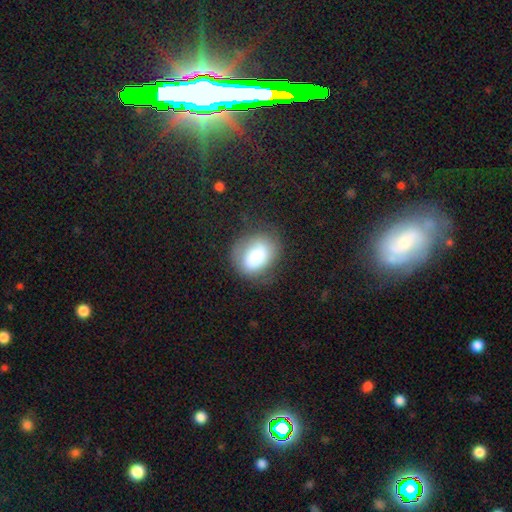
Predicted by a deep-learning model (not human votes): The model was most divided on "how rounded": in between: 63%, round: 36%, cigar-shaped: 1%. More confident: smooth or featured — smooth (70%); merging — none (59%).